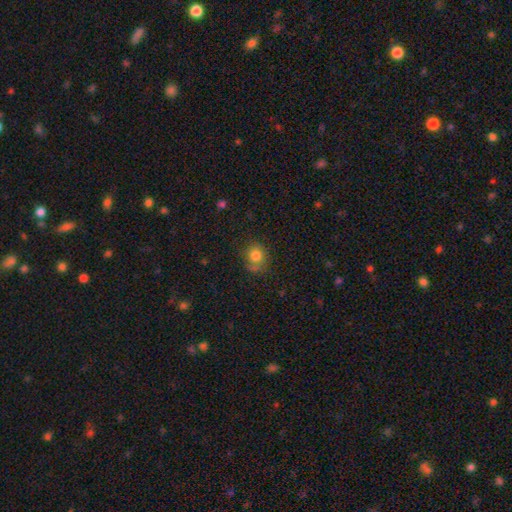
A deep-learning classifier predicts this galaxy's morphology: This is clearly a smooth galaxy (80%). How rounded: likely round (78%). Merging: likely none (65%).